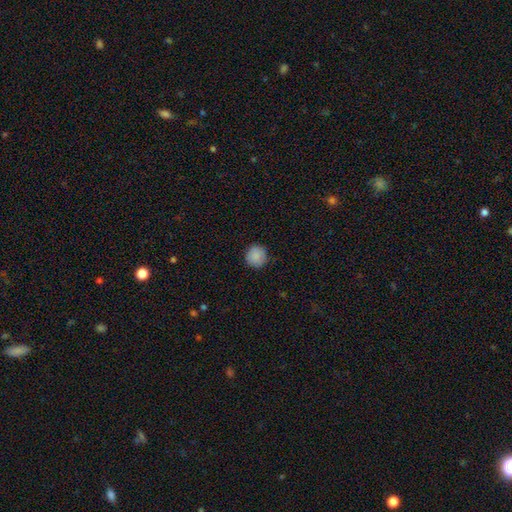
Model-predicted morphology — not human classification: Smooth or featured? smooth (87%)
How rounded? round (94%)
Merging? none (88%)